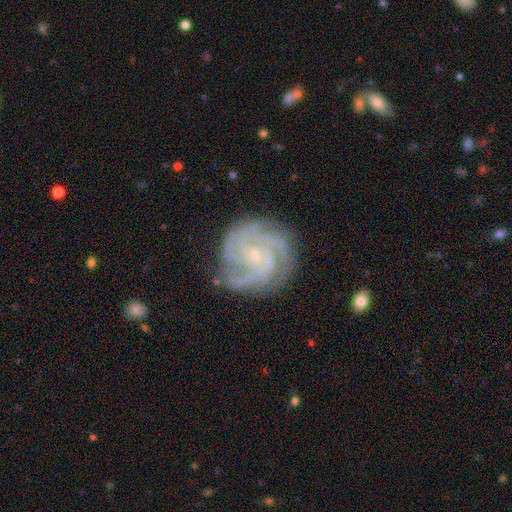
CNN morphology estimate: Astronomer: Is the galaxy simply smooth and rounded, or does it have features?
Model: featured or disk — 90%.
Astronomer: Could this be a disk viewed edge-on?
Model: no — 98%.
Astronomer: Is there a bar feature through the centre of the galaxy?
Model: no — 67%.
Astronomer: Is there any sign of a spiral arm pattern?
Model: yes — 98%.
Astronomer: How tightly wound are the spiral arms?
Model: tight — 70%.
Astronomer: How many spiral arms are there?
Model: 3 — 38% (runner-up: 4, 28%).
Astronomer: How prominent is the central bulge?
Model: small — 83%.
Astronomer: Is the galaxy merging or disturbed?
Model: none — 78%.